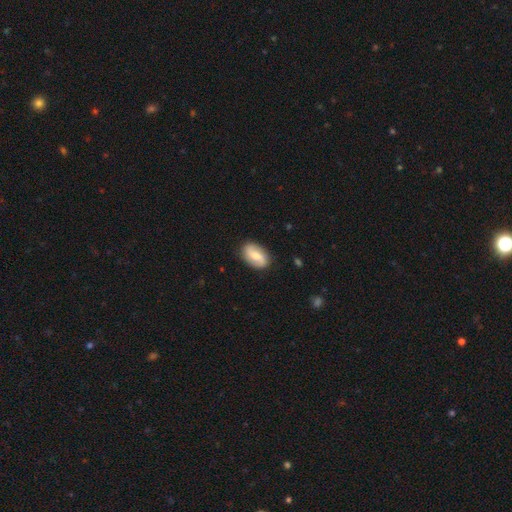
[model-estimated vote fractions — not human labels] This appears to be a smooth galaxy with no disk features (51%) that is in between round and cigar-shaped (90%). Merging: none (86%).